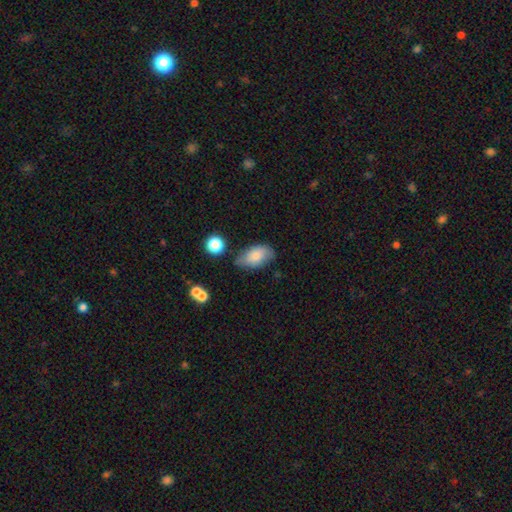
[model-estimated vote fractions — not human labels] smooth_or_featured: smooth (p=0.76) [alt: featured or disk p=0.16]
how_rounded: in between (p=0.92) [alt: round p=0.06]
merging: none (p=0.63) [alt: minor disturbance p=0.27]